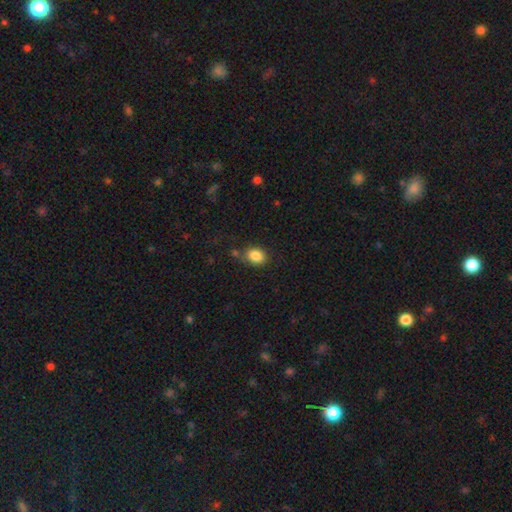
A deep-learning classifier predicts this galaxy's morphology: Overall: smooth (86%). How rounded: in between (65%; round 34%). Merging: none (75%).